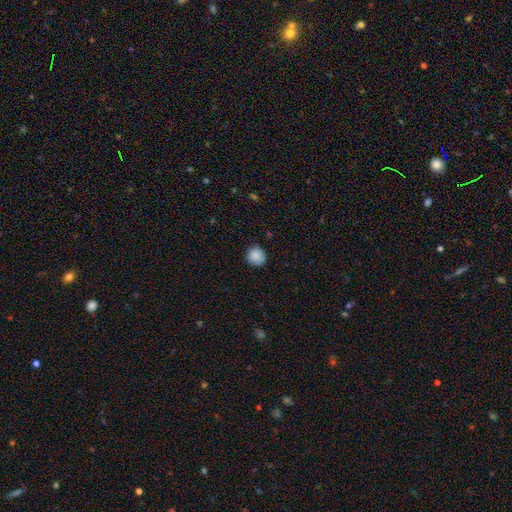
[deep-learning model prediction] Smooth or featured: smooth — 87% (star or artifact — 8%)
How rounded: round — 88% (in between — 11%)
Merging: none — 82% (minor disturbance — 14%)